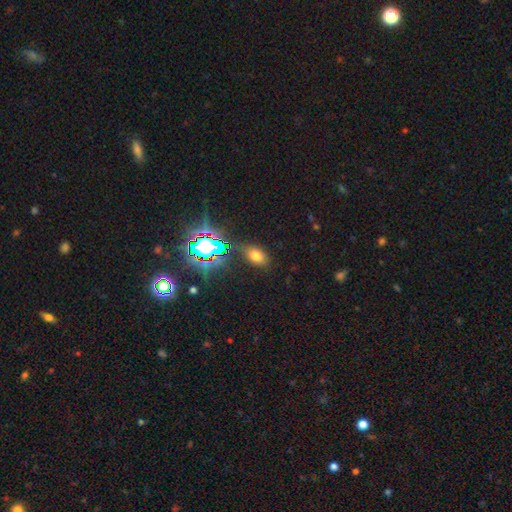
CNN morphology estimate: The model was most divided on "smooth or featured": smooth: 65%, star or artifact: 26%, featured or disk: 9%. More confident: how rounded — in between (86%); merging — none (80%).